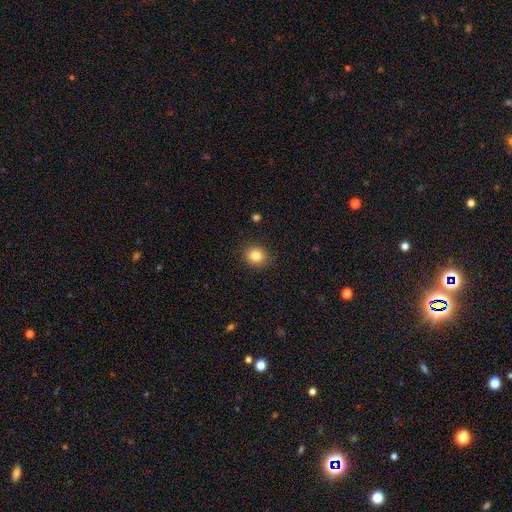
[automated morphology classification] type=smooth (85%); roundness=round (79%); merging=none (87%).